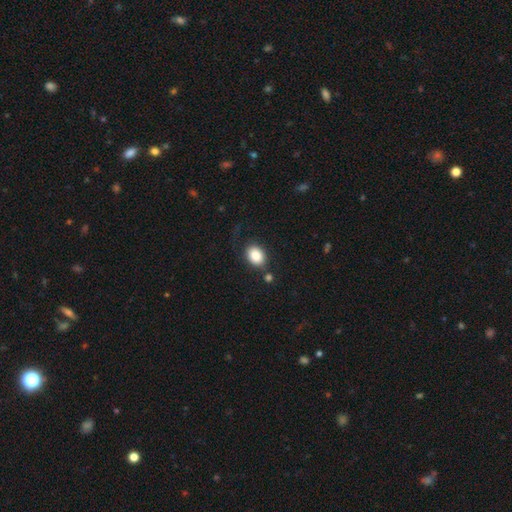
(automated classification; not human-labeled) Smooth or featured? smooth (87%)
How rounded? in between (72%)
Merging? none (74%)